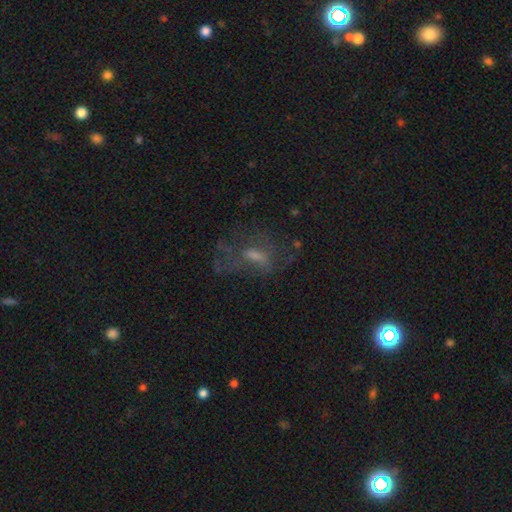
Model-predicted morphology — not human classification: Overall: featured or disk (44%; smooth 37%). Merging: none (41%; major disturbance 38%).